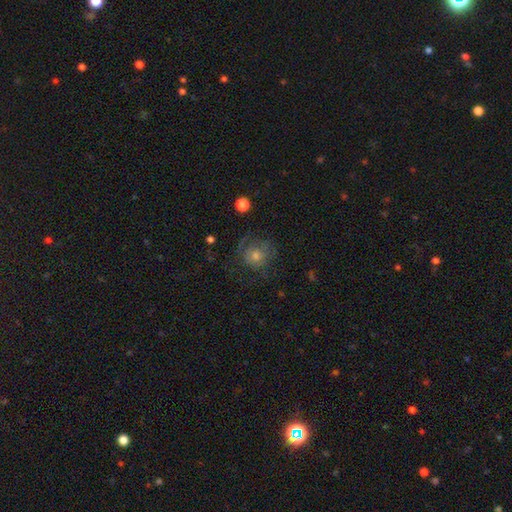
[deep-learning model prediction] Overall: featured or disk (45%; smooth 39%). Merging: none (65%).